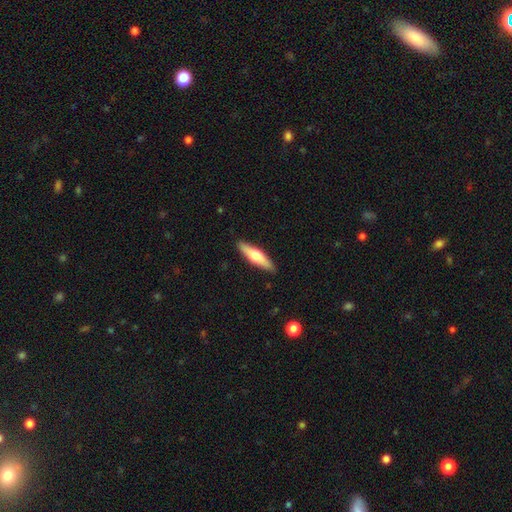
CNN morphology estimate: Smooth or featured: smooth — 54% (featured or disk — 41%)
How rounded: cigar-shaped — 73% (in between — 25%)
Merging: none — 89% (minor disturbance — 8%)